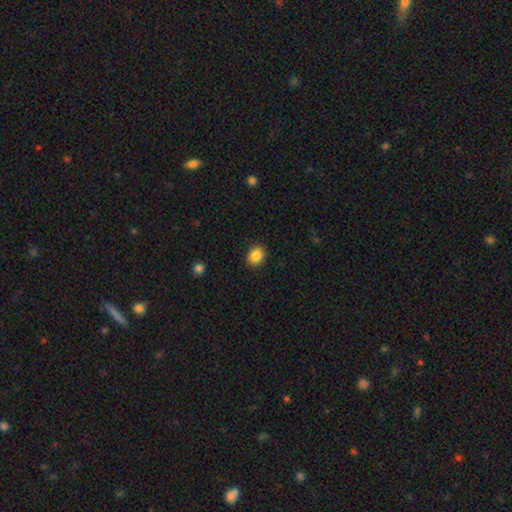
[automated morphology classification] This appears to be a smooth galaxy with no disk features (87%) that is in between round and cigar-shaped (55%). Merging: none (90%).